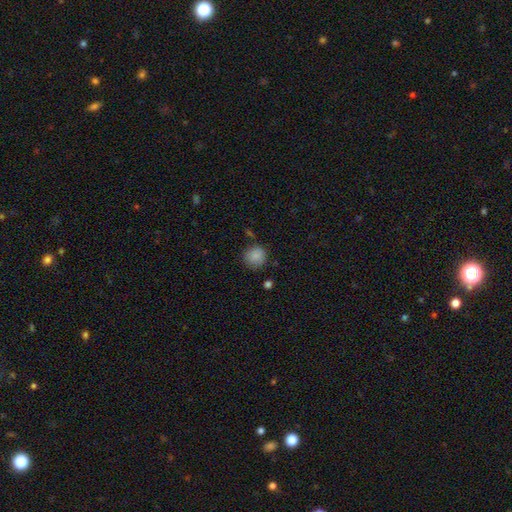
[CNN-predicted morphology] smooth-or-featured: smooth: 87% | star or artifact: 9% | featured or disk: 4%
  how-rounded: round: 91% | in between: 8% | cigar-shaped: 1%
  merging: none: 80% | minor disturbance: 13% | merger: 3% | major disturbance: 3%